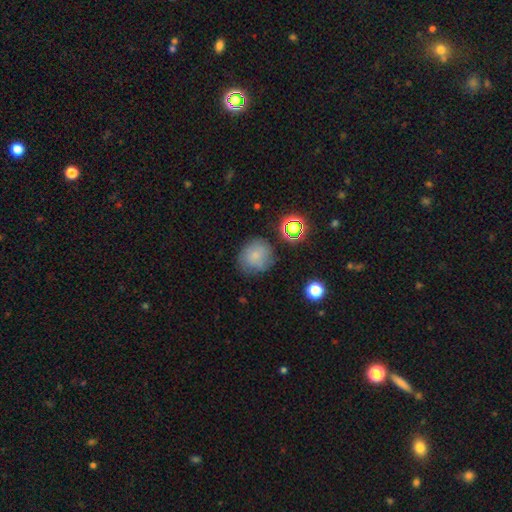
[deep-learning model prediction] The model was most divided on "merging": none: 71%, minor disturbance: 18%, major disturbance: 6%, merger: 4%. More confident: how rounded — round (84%); smooth or featured — smooth (73%).